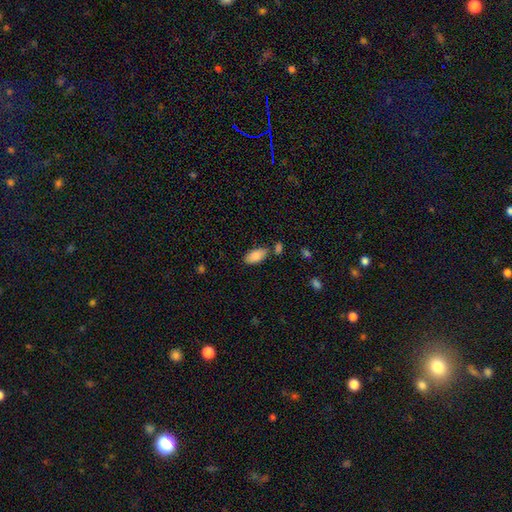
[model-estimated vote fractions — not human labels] smooth 87%, star or artifact 7%, featured or disk 6%. Down the decision tree: how rounded — in between (93%); merging — none (69%).